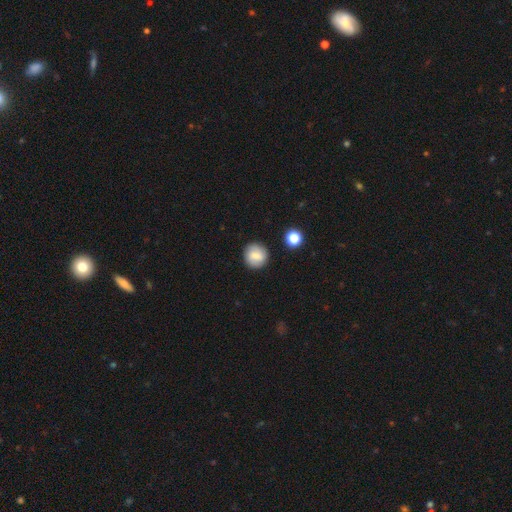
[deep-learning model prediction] This appears to be a smooth galaxy with no disk features (70%) that is round (91%). Merging: none (88%).